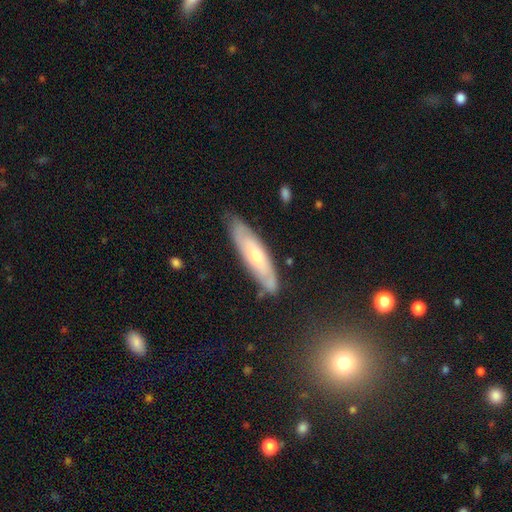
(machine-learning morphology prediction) The model was most divided on "smooth or featured": featured or disk: 48%, smooth: 46%, star or artifact: 6%. More confident: merging — none (78%).